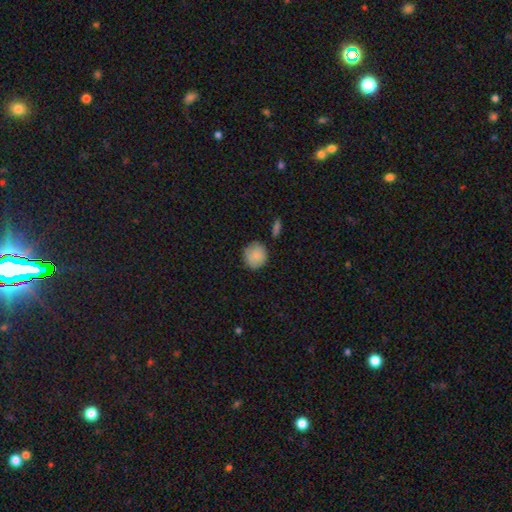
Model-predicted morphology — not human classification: This is clearly a smooth galaxy (87%). How rounded: clearly round (86%). Merging: clearly none (81%).